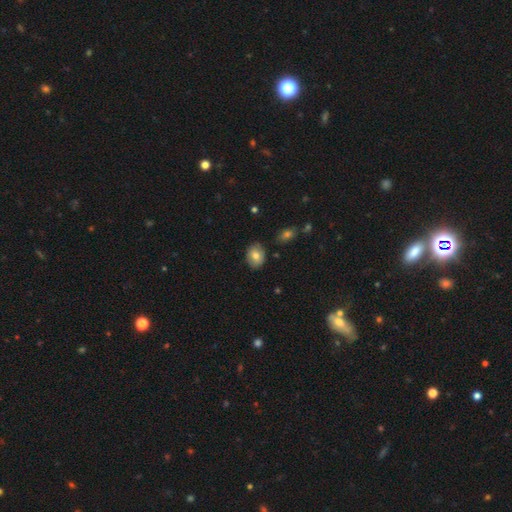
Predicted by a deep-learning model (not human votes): A smooth galaxy with no disk features (76%) that is in between round and cigar-shaped (57%).

Vote fractions:
- Smooth or featured? smooth: 76% / featured or disk: 15% / star or artifact: 9%
- How rounded? in between: 57% / round: 42% / cigar-shaped: 1%
- Merging? none: 81% / minor disturbance: 14% / major disturbance: 3% / merger: 2%